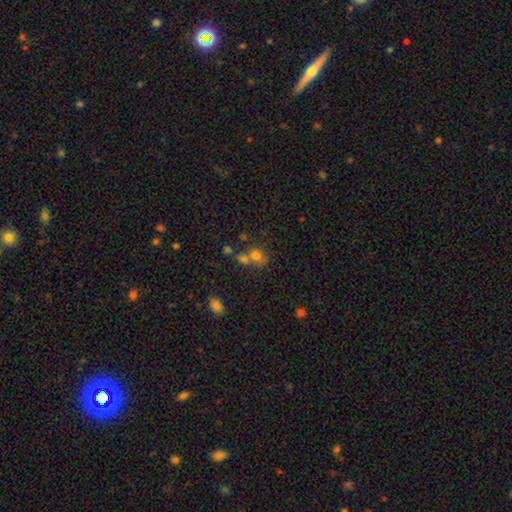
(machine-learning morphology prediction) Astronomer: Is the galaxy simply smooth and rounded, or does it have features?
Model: smooth — 69%.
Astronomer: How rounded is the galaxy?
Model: round — 70%.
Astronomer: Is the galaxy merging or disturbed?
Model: merger — 51% (runner-up: none, 34%).